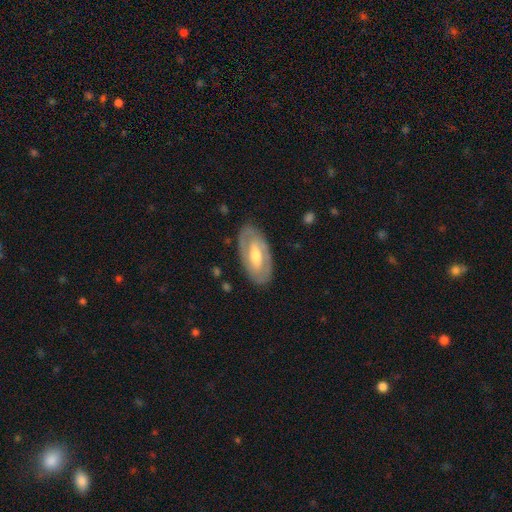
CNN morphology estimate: Overall: featured or disk (70%). Edge-on disk: no (91%). Bar: weak (38%, tied with strong). Spiral arms: yes (59%; no 41%). Bulge size: moderate (63%; small 26%). Merging: none (84%).